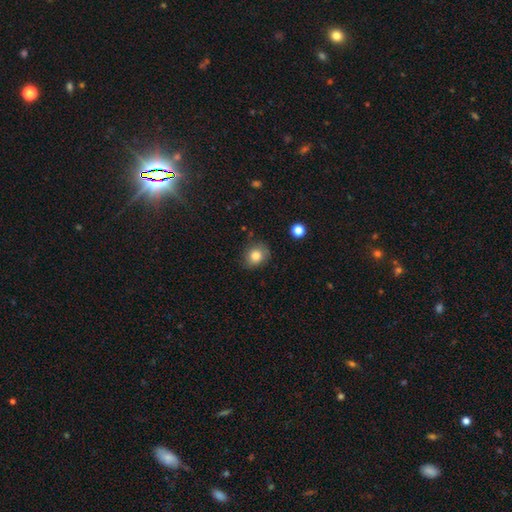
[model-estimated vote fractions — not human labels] The model was most divided on "how rounded": round: 70%, in between: 29%, cigar-shaped: 1%. More confident: smooth or featured — smooth (81%); merging — none (74%).